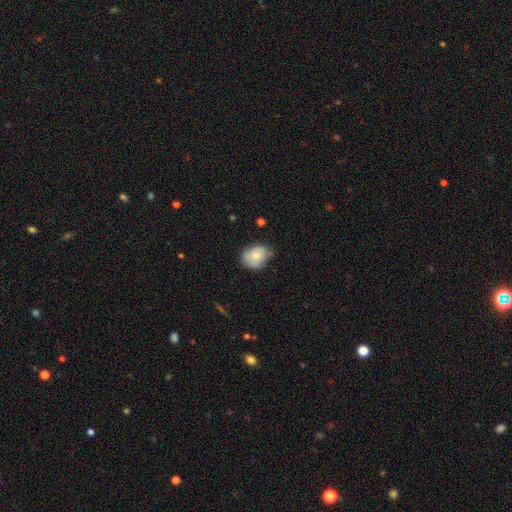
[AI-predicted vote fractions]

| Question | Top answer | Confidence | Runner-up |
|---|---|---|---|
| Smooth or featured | smooth | 67% | featured or disk (25%) |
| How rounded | in between | 67% | round (32%) |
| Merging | none | 58% | minor disturbance (34%) |